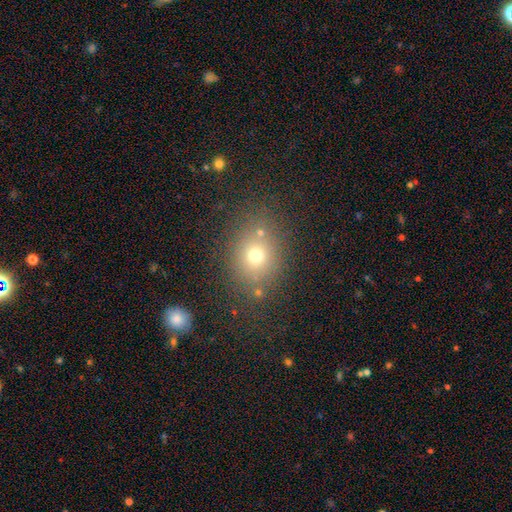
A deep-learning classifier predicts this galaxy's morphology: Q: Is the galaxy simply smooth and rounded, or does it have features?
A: smooth — 70%.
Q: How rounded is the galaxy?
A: round — 61%.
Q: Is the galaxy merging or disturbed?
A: none — 77%.